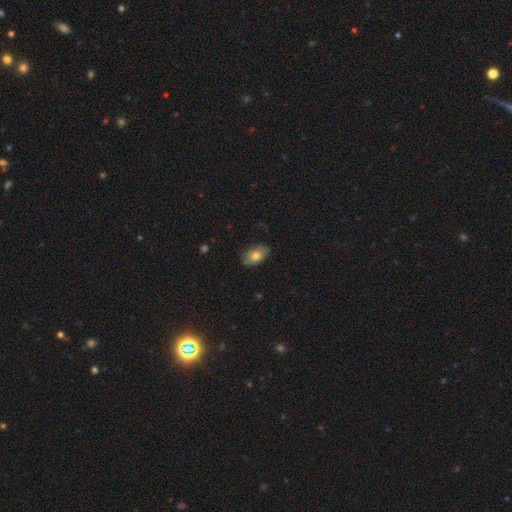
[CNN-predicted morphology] smooth_or_featured: smooth (p=0.73) [alt: featured or disk p=0.20]
how_rounded: in between (p=0.90) [alt: round p=0.07]
merging: none (p=0.76) [alt: minor disturbance p=0.20]